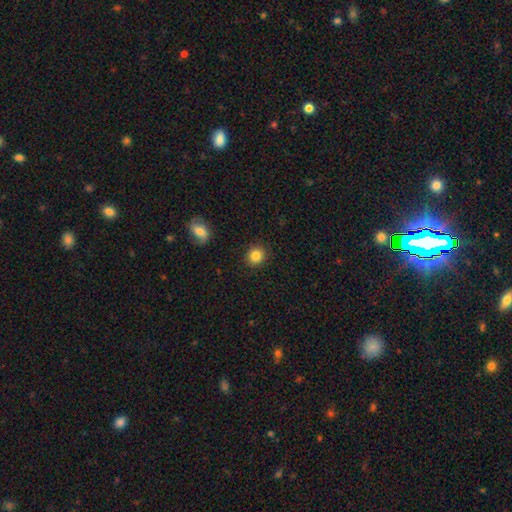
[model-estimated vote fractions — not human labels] A smooth galaxy with no disk features (85%) that is round (84%). Merging: none (90%).